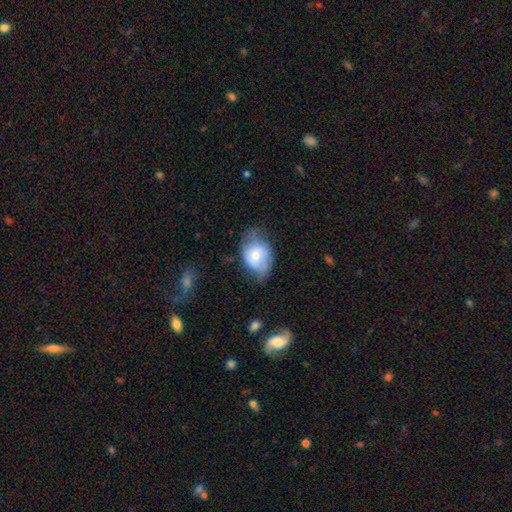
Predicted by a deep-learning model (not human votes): Morphology: type=smooth (59%); roundness=in between (75%); merging=none (46%).